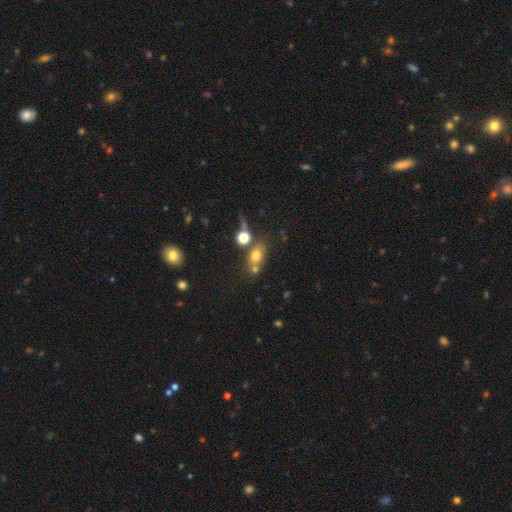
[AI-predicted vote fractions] A smooth galaxy with no disk features (69%) that is in between round and cigar-shaped (60%).

Vote fractions:
- Smooth or featured? smooth: 69% / star or artifact: 16% / featured or disk: 15%
- How rounded? in between: 60% / round: 35% / cigar-shaped: 5%
- Merging? none: 52% / merger: 28% / minor disturbance: 13% / major disturbance: 7%